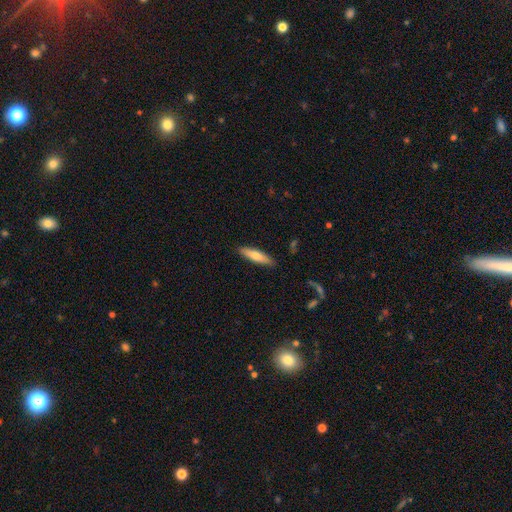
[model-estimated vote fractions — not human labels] This is likely a smooth galaxy (71%). How rounded: likely cigar-shaped (75%). Merging: clearly none (88%).